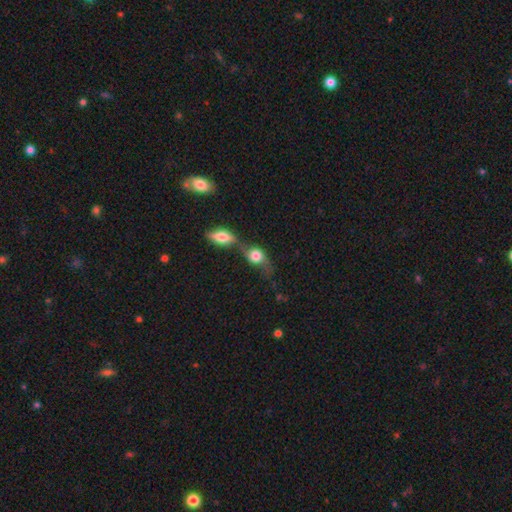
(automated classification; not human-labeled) Morphology: type=smooth (63%); roundness=in between (52%); merging=merger (57%).